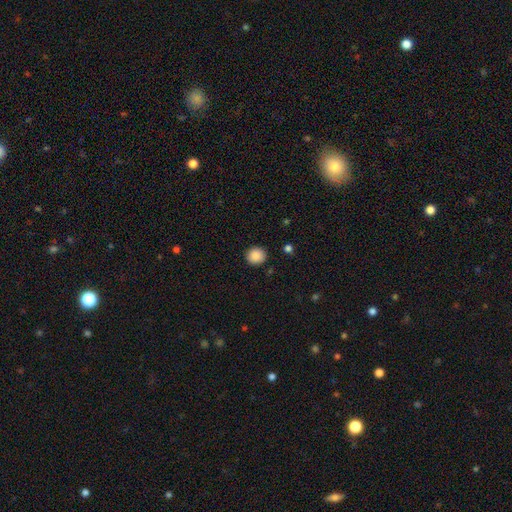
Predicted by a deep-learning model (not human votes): The model was most divided on "how rounded": round: 86%, in between: 13%, cigar-shaped: 1%. More confident: merging — none (91%); smooth or featured — smooth (88%).